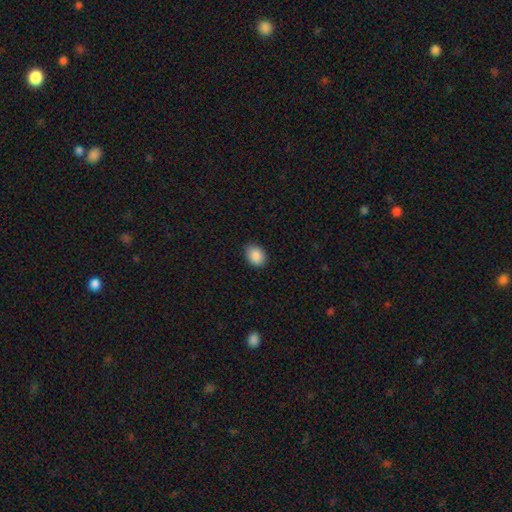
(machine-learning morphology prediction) This is clearly a smooth galaxy (89%). How rounded: likely in between (73%). Merging: clearly none (85%).